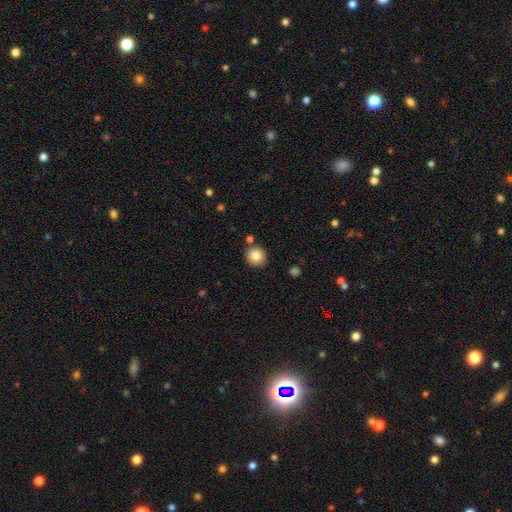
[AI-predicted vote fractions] smooth 82%, star or artifact 10%, featured or disk 8%. Down the decision tree: how rounded — round (88%); merging — none (85%).